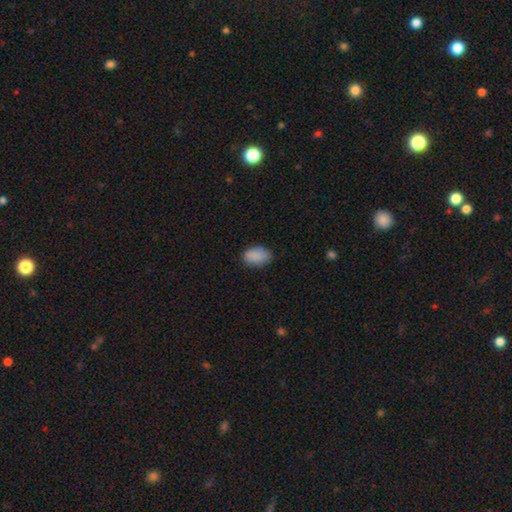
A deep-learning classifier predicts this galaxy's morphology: Smooth or featured? Predicted: smooth (p=0.87). How rounded? Predicted: in between (p=0.87). Merging? Predicted: none (p=0.77).